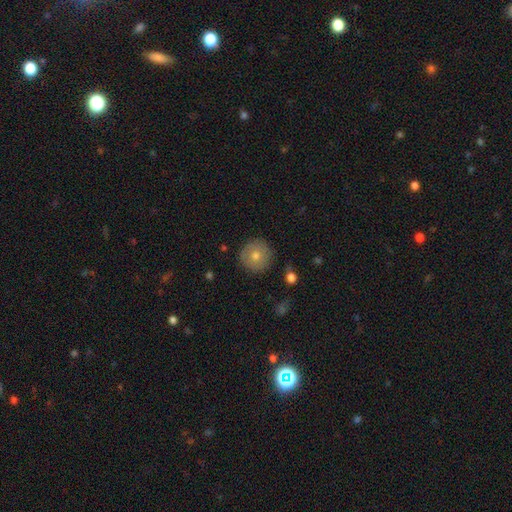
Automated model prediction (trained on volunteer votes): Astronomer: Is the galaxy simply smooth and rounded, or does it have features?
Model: smooth — 70%.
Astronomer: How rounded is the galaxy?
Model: round — 96%.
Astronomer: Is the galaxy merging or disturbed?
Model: none — 89%.